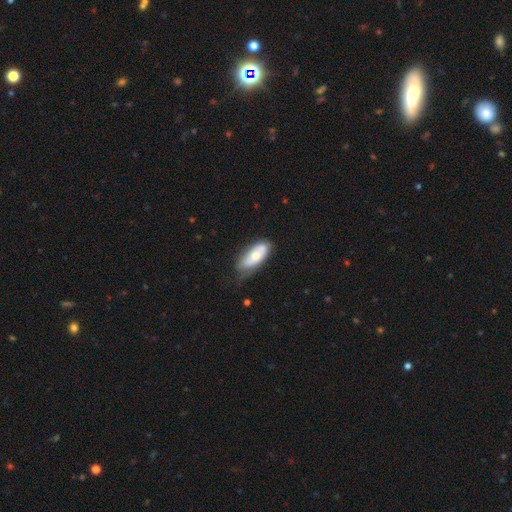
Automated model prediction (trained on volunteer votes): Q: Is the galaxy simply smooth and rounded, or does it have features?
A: smooth — 56%.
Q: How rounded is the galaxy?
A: in between — 81%.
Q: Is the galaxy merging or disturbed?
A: none — 52%.